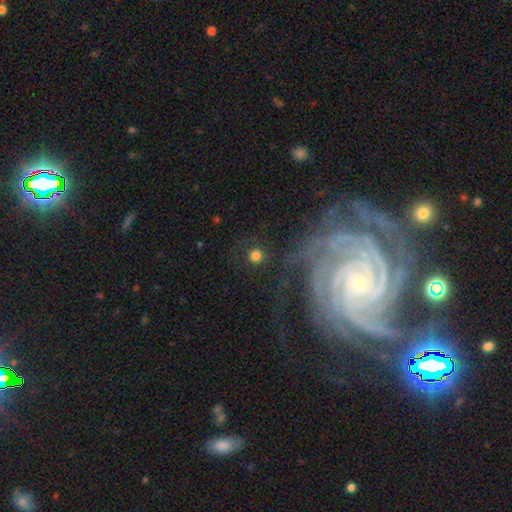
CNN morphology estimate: This appears to be a smooth galaxy with no disk features (75%) that is round (95%). Merging: none (84%).